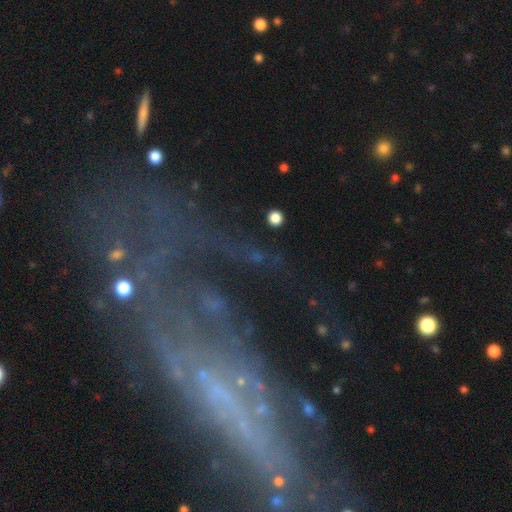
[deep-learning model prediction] This is likely a featured or disk galaxy (69%). It is clearly not viewed edge-on (81%). Bar: possibly no (49%). Spiral arm pattern: likely yes (67%). Central bulge: marginally none (45%). Merging: possibly none (51%).